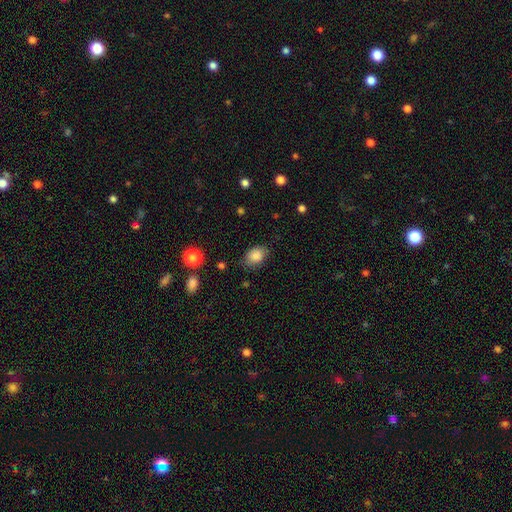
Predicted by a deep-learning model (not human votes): A smooth galaxy with no disk features (85%) that is in between round and cigar-shaped (70%). Merging: none (73%).